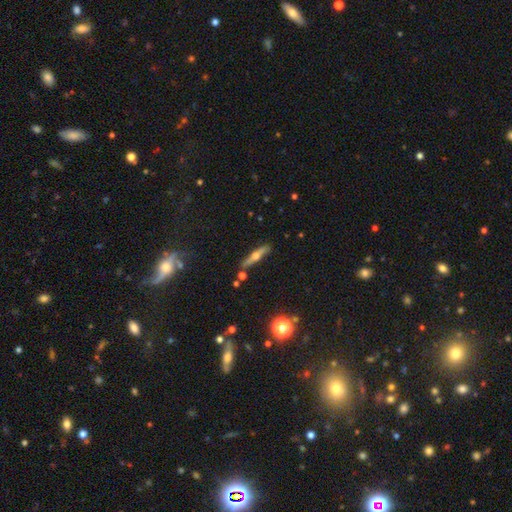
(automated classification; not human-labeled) A featured or disk galaxy (59%) viewed edge-on (94%) with a rounded central bulge (92%). Merging: none (83%).